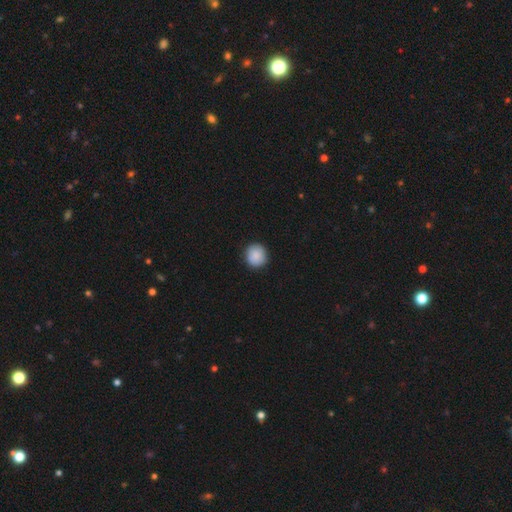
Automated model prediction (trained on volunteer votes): smooth_or_featured: smooth (p=0.90) [alt: star or artifact p=0.07]
how_rounded: round (p=0.92) [alt: in between p=0.07]
merging: none (p=0.91) [alt: minor disturbance p=0.07]